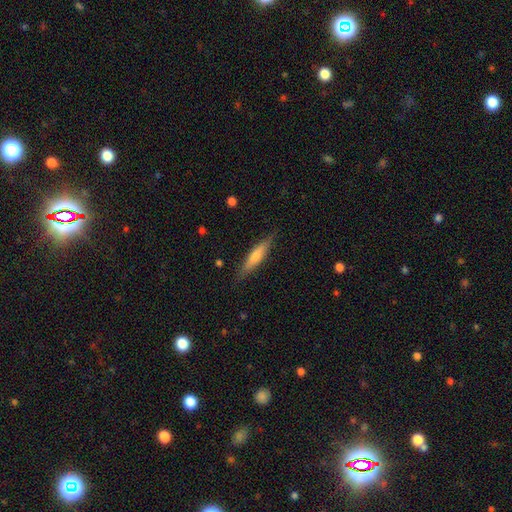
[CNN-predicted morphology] This appears to be a smooth galaxy with no disk features (54%) that is cigar-shaped (86%). Merging: none (87%).